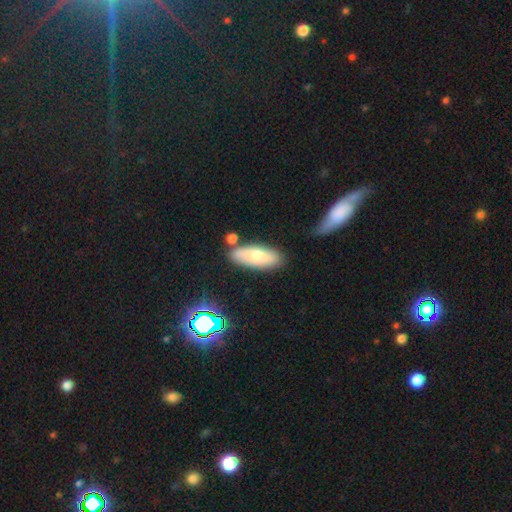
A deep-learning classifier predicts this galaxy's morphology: This is likely a smooth galaxy (73%). How rounded: likely in between (69%). Merging: likely none (75%).